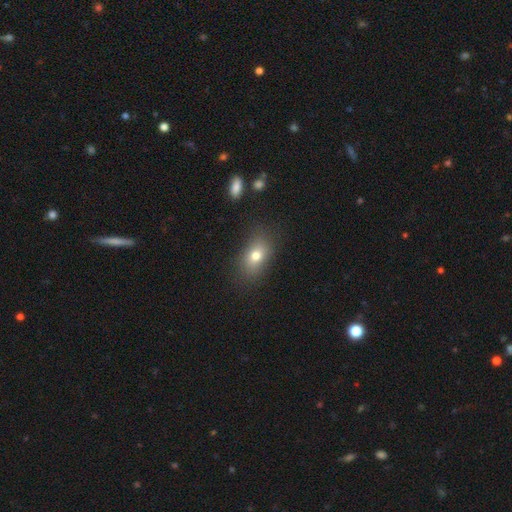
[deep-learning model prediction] Smooth or featured?
  - smooth: 75% *
  - featured or disk: 14%
  - star or artifact: 12%
How rounded?
  - in between: 79% *
  - round: 19%
  - cigar-shaped: 2%
Merging?
  - none: 79% *
  - minor disturbance: 14%
  - major disturbance: 6%
  - merger: 2%